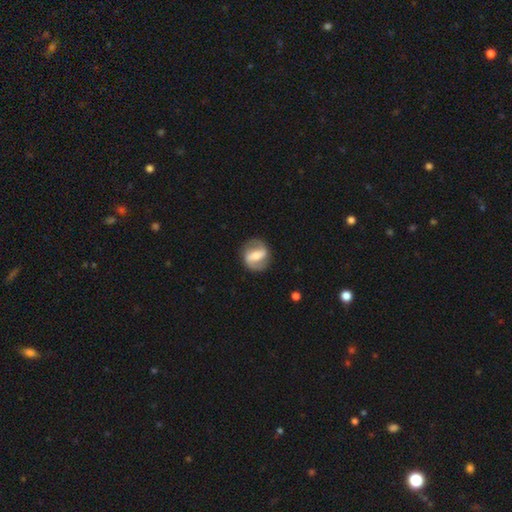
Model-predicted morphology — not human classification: A featured or disk galaxy (73%) with a strong bar (62%), 2 (89%) medium (43%) spiral arms (80%) and a moderate central bulge (51%). Merging: none (83%).